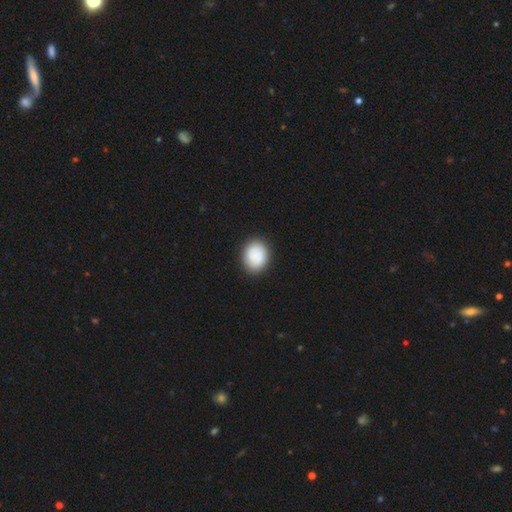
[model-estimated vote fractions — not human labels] This appears to be a smooth galaxy with no disk features (86%) that is round (57%). Merging: none (89%).